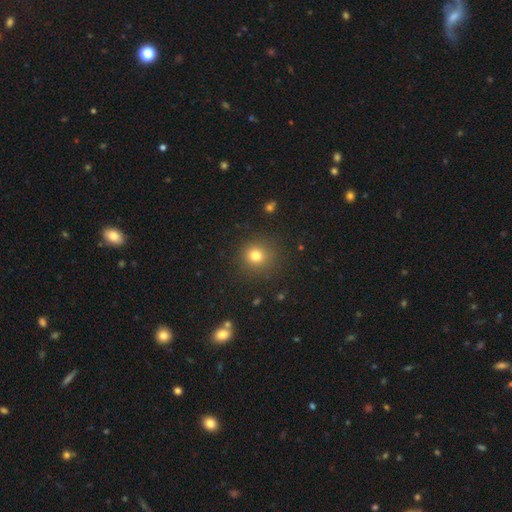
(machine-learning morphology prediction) smooth 77%, star or artifact 16%, featured or disk 7%. Down the decision tree: how rounded — round (91%); merging — none (88%).